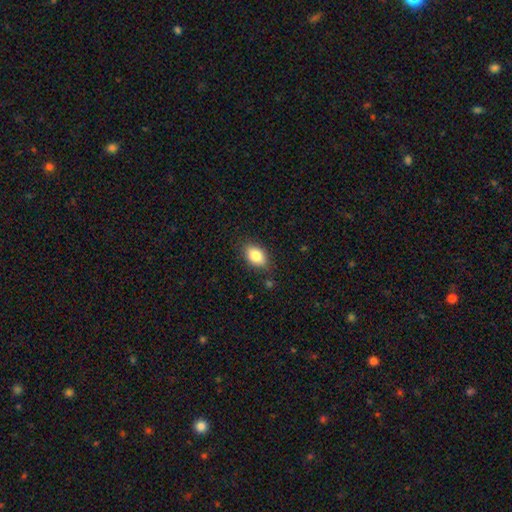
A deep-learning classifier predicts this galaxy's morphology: Smooth or featured: smooth — 84% (featured or disk — 8%)
How rounded: in between — 88% (round — 10%)
Merging: none — 84% (minor disturbance — 12%)